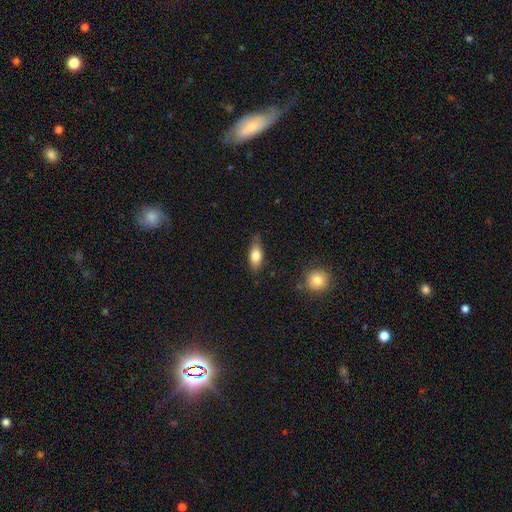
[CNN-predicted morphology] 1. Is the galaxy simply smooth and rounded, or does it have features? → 71% smooth, 21% featured or disk, 7% star or artifact.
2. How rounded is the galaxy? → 74% in between, 22% cigar-shaped, 4% round.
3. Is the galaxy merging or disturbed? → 73% none, 21% minor disturbance, 4% major disturbance, 2% merger.